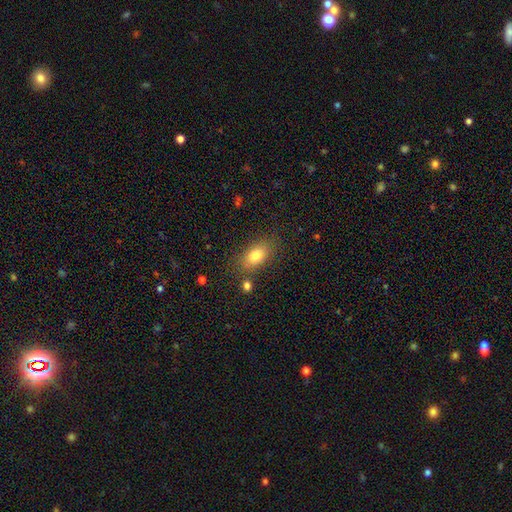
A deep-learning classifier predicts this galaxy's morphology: This is likely a smooth galaxy (79%). How rounded: clearly in between (83%). Merging: likely none (77%).